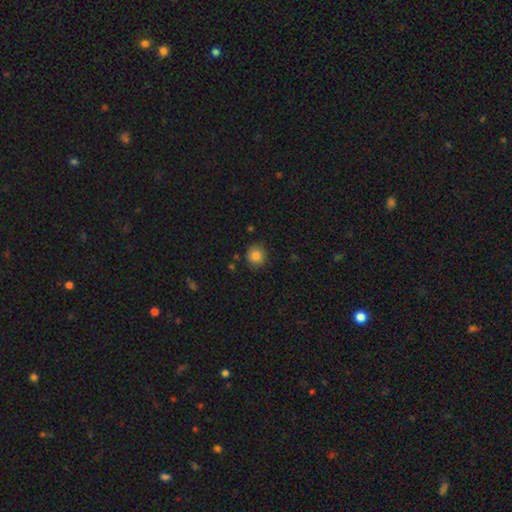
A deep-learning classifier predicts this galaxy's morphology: A smooth galaxy with no disk features (84%) that is round (91%).

Vote fractions:
- Smooth or featured? smooth: 84% / star or artifact: 11% / featured or disk: 6%
- How rounded? round: 91% / in between: 8% / cigar-shaped: 1%
- Merging? none: 87% / minor disturbance: 9% / major disturbance: 2% / merger: 2%